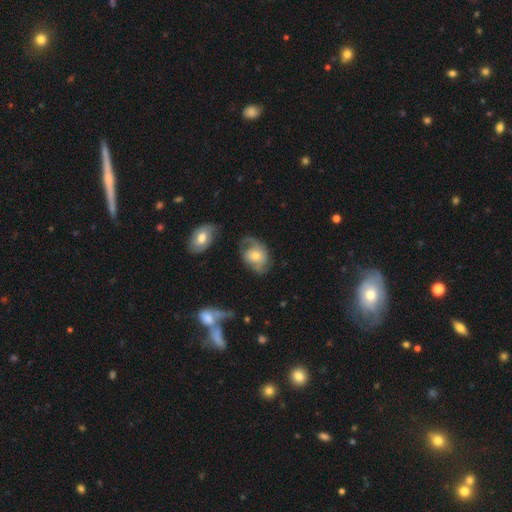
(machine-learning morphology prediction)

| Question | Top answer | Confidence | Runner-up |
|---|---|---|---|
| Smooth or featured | featured or disk | 61% | smooth (31%) |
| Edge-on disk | no | 96% | yes (4%) |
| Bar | no | 76% | weak (21%) |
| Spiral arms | yes | 83% | no (17%) |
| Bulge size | moderate | 58% | small (33%) |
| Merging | none | 51% | minor disturbance (26%) |